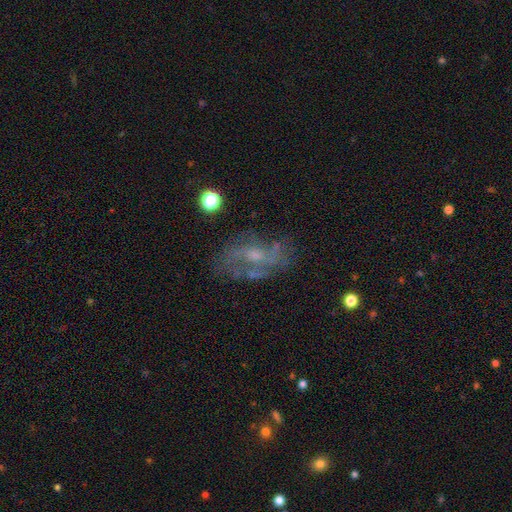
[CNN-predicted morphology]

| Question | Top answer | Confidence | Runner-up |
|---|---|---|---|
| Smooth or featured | featured or disk | 69% | smooth (19%) |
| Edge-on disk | no | 94% | yes (6%) |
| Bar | no | 56% | weak (37%) |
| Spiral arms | yes | 69% | no (31%) |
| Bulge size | small | 49% | moderate (35%) |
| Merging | none | 57% | minor disturbance (20%) |